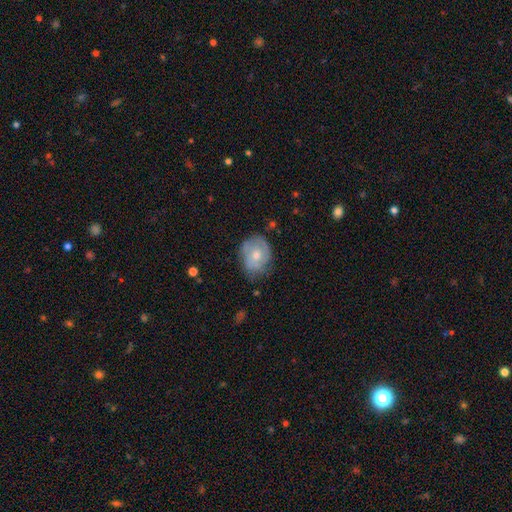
Smooth or featured: featured or disk — 51% (smooth — 44%)
Edge-on disk: no — 100%
Bar: no — 90% (weak — 10%)
Spiral arms: yes — 55% (no — 45%)
Spiral winding: tight — 45% (medium — 36%)
Spiral arm count: can't tell — 73% (2 — 27%)
Bulge size: moderate — 65% (small — 35%)
Merging: none — 43% (tied with minor disturbance — 43%)